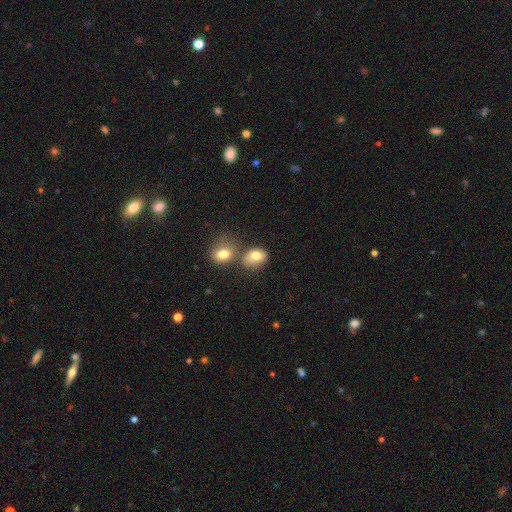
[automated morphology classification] type=smooth (79%); roundness=in between (68%); merging=none (49%).